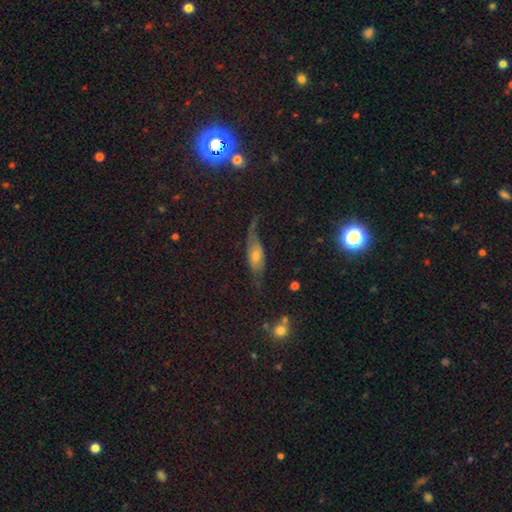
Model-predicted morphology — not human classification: smooth-or-featured: featured or disk: 44% | smooth: 43% | star or artifact: 13%
  merging: none: 48% | minor disturbance: 26% | major disturbance: 22% | merger: 4%